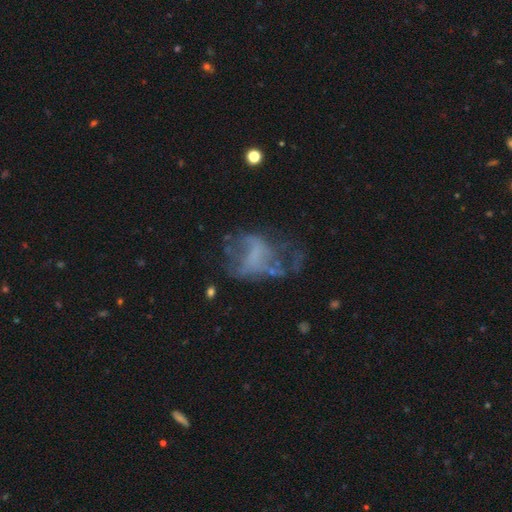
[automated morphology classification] Overall: featured or disk (57%; smooth 26%). Edge-on disk: no (97%). Bar: no (73%). Spiral arms: no (74%). Bulge size: none (73%). Merging: major disturbance (42%; none 32%).